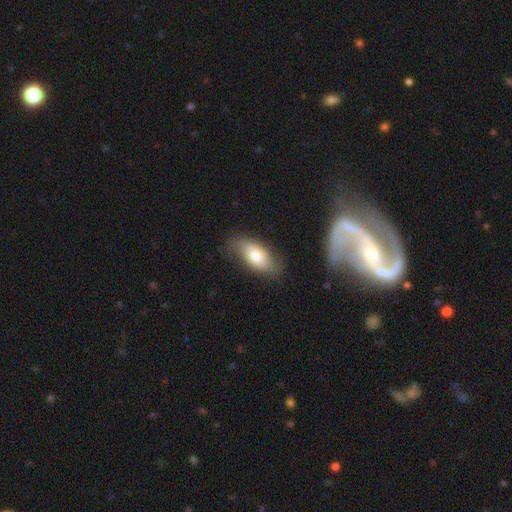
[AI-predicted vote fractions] A smooth galaxy with no disk features (71%) that is in between round and cigar-shaped (89%). Merging: none (72%).